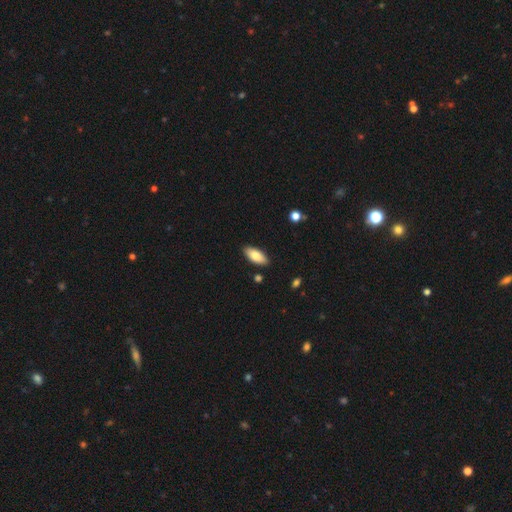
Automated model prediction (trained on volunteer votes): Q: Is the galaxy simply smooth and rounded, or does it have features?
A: smooth — 84%.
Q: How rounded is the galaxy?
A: in between — 86%.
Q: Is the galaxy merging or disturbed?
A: none — 88%.